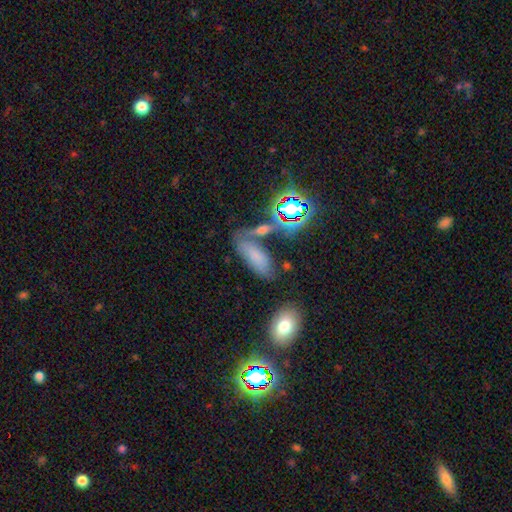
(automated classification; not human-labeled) Overall: smooth (64%). How rounded: in between (74%). Merging: none (60%).